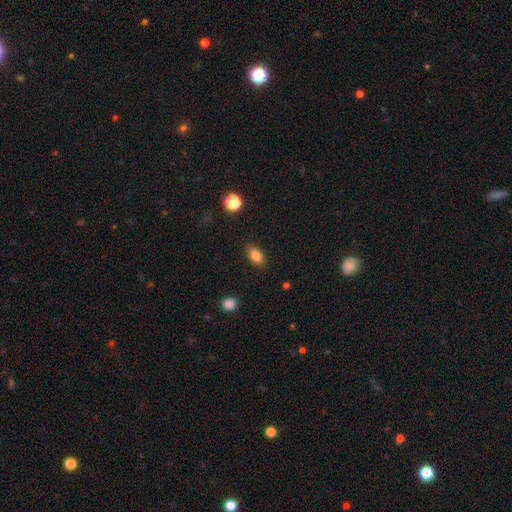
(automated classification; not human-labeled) This appears to be a smooth galaxy with no disk features (85%) that is in between round and cigar-shaped (88%). Merging: none (86%).